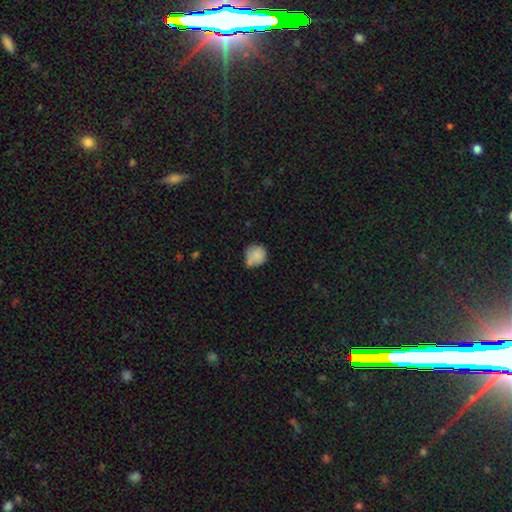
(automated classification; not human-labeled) smooth_or_featured: smooth (p=0.81) [alt: featured or disk p=0.10]
how_rounded: round (p=0.81) [alt: in between p=0.18]
merging: none (p=0.50) [alt: minor disturbance p=0.30]